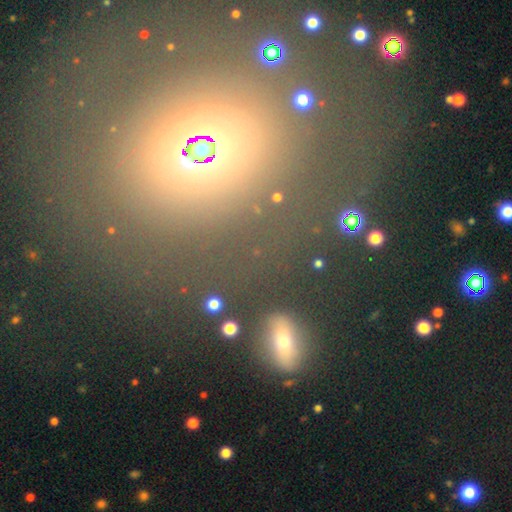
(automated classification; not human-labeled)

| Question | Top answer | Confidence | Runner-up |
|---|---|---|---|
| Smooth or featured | smooth | 47% | star or artifact (38%) |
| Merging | none | 78% | minor disturbance (10%) |